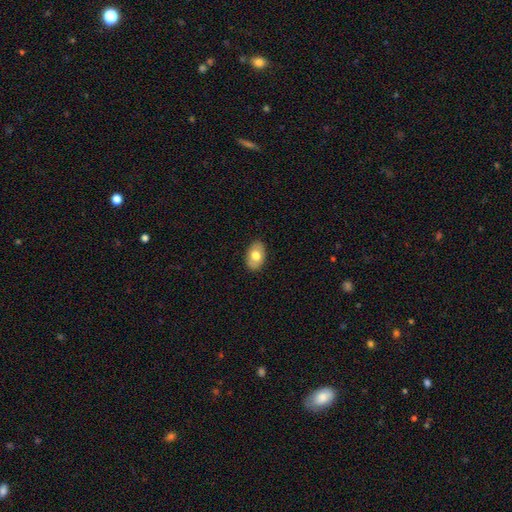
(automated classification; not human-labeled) Smooth or featured: smooth — 73% (featured or disk — 20%)
How rounded: in between — 87% (round — 12%)
Merging: none — 88% (minor disturbance — 10%)